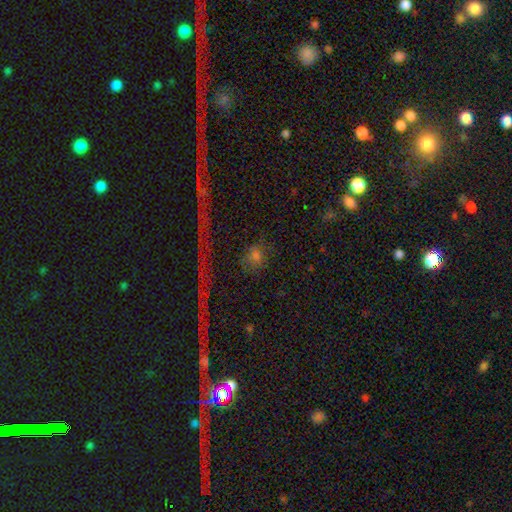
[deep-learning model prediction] Morphology: type=smooth (53%); roundness=round (76%); merging=none (79%).